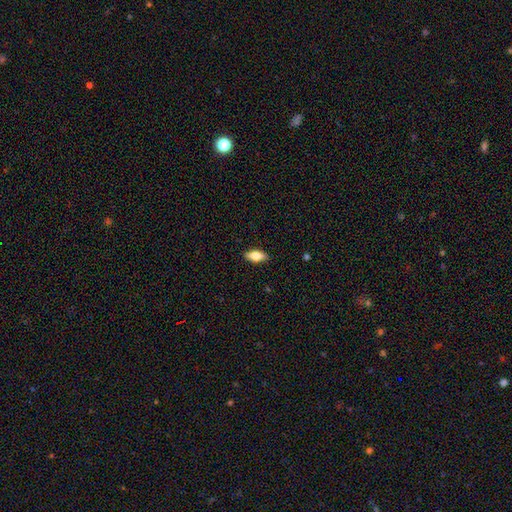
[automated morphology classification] Overall: smooth (67%). How rounded: in between (81%). Merging: none (88%).